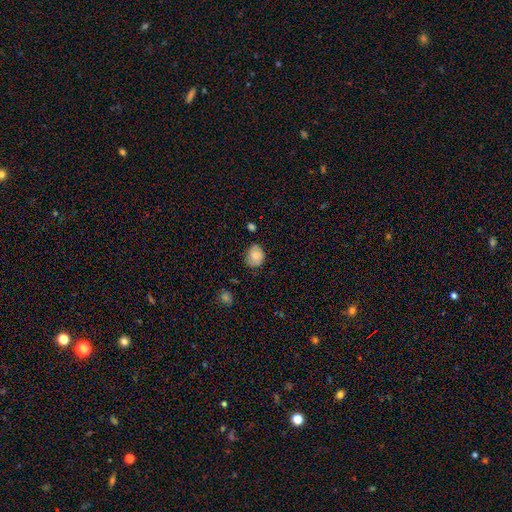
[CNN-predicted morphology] Smooth or featured? smooth (80%)
How rounded? round (66%)
Merging? none (65%)